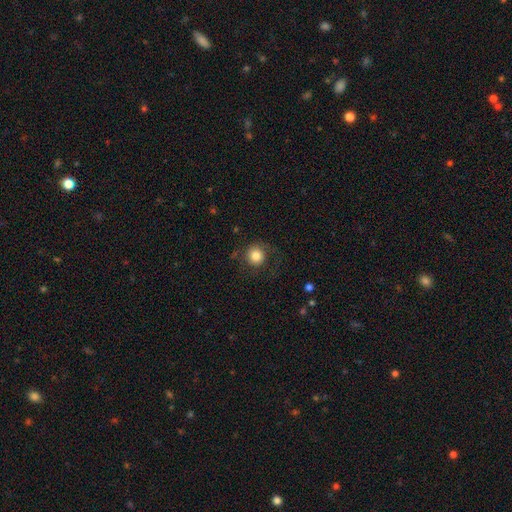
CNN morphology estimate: type=smooth (79%); roundness=round (92%); merging=none (69%).